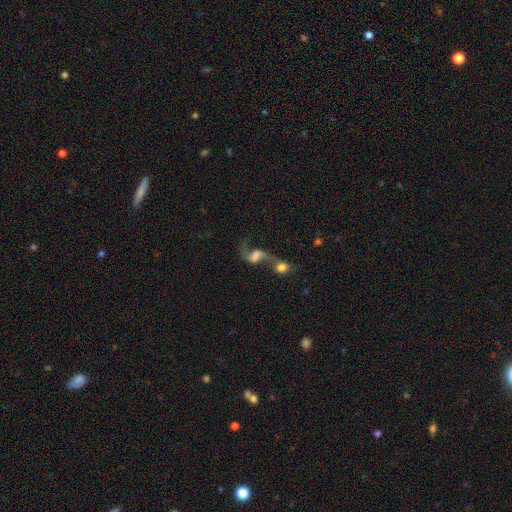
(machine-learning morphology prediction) A featured or disk galaxy (68%) with no bar (43%), 2 (80%) loose (86%) spiral arms (85%) and a moderate central bulge (27%, tied with none).

Vote fractions:
- Smooth or featured? featured or disk: 68% / smooth: 22% / star or artifact: 10%
- Edge-on disk? no: 95% / yes: 5%
- Bar? no: 43% / weak: 40% / strong: 17%
- Spiral arms? yes: 85% / no: 15%
- Spiral winding? loose: 86% / medium: 12% / tight: 3%
- Spiral arm count? 2: 80% / 1: 14% / can't tell: 3% / 3: 1% / 4: 1% / more than 4: 1%
- Bulge size? moderate: 27% (tied) / none: 27% (tied) / large: 24% / small: 17% / dominant: 5%
- Merging? merger: 67% / none: 17% / major disturbance: 10% / minor disturbance: 6%